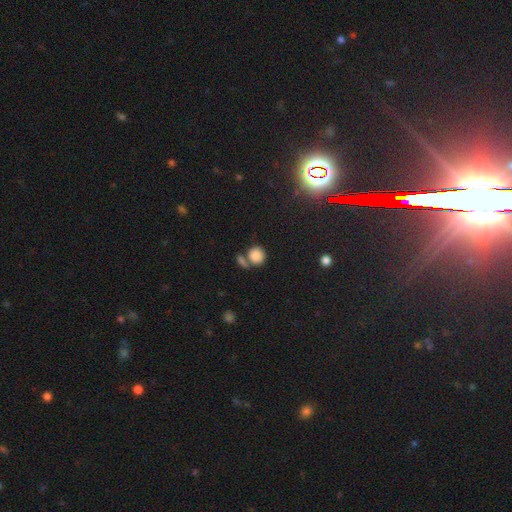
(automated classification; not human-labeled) Overall: smooth (83%). How rounded: round (84%). Merging: none (55%; merger 29%).